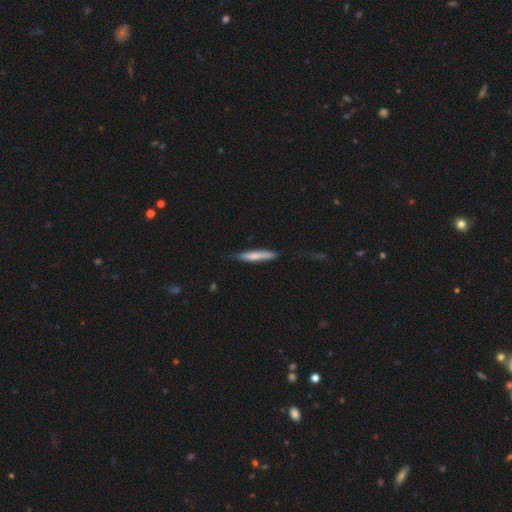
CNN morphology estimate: Q: Smooth or featured?
A: smooth (73%); runner-up: featured or disk (22%)
Q: How rounded?
A: cigar-shaped (91%); runner-up: in between (8%)
Q: Merging?
A: none (76%); runner-up: minor disturbance (20%)